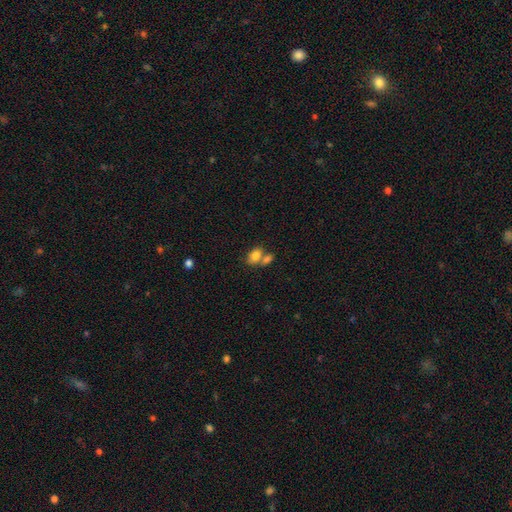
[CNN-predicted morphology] This is likely a smooth galaxy (80%). How rounded: clearly in between (82%). Merging: possibly merger (51%).